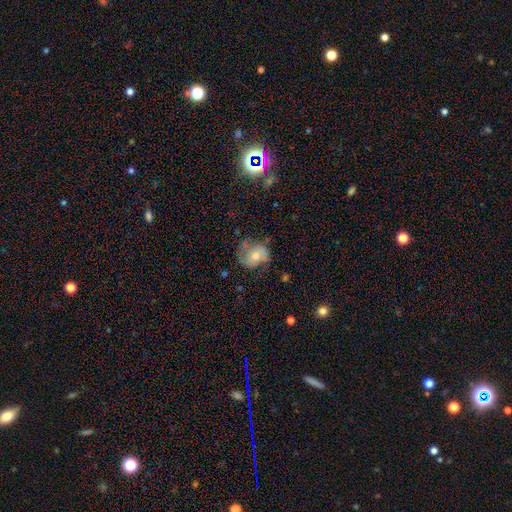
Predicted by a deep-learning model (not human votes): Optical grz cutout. It shows a featured or disk galaxy (62%) with no bar (66%), spiral arms (82%) and a moderate central bulge (60%). Merging: none (56%).